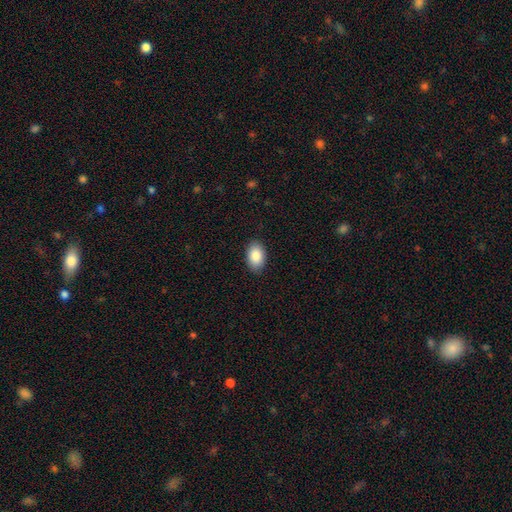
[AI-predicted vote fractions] A smooth galaxy with no disk features (87%) that is in between round and cigar-shaped (91%).

Vote fractions:
- Smooth or featured? smooth: 87% / star or artifact: 7% / featured or disk: 6%
- How rounded? in between: 91% / round: 8% / cigar-shaped: 1%
- Merging? none: 89% / minor disturbance: 8% / major disturbance: 2% / merger: 1%